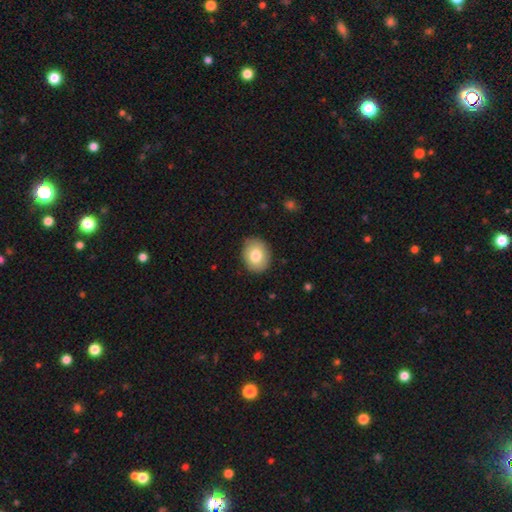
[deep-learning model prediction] Smooth or featured? smooth (79%)
How rounded? round (59%)
Merging? none (87%)